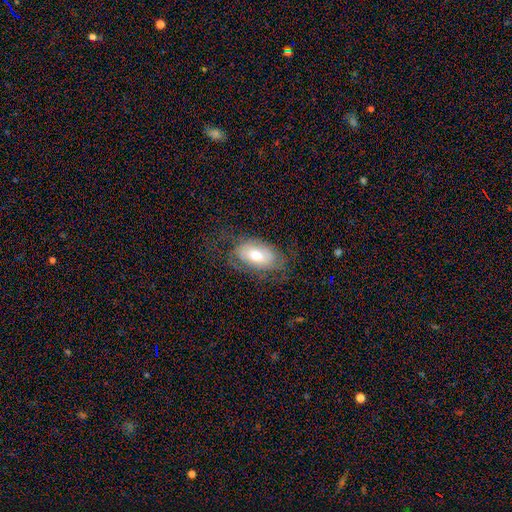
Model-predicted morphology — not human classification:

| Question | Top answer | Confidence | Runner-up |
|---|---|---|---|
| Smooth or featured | featured or disk | 53% | smooth (39%) |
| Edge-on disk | no | 91% | yes (9%) |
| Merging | none | 59% | minor disturbance (21%) |